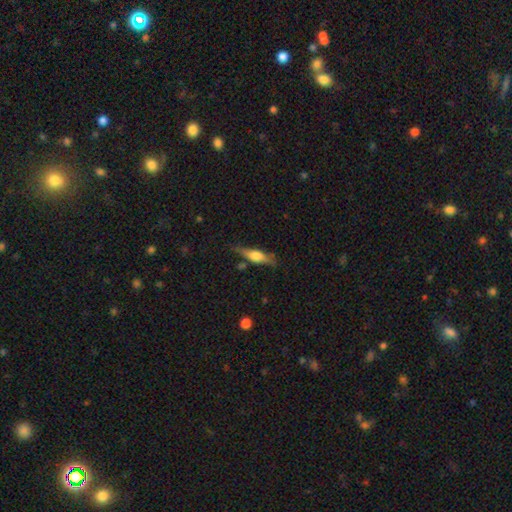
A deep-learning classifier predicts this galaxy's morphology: This appears to be a featured or disk galaxy (51%) viewed edge-on (88%). Merging: none (70%).